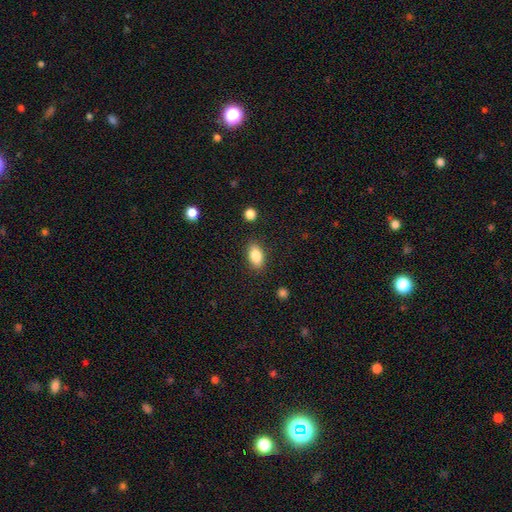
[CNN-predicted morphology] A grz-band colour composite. It shows a smooth galaxy with no disk features (85%) that is in between round and cigar-shaped (89%). Merging: none (87%).